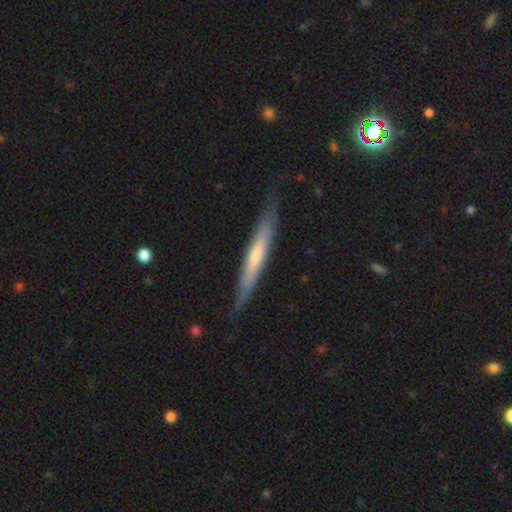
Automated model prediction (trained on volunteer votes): smooth_or_featured: featured or disk (p=0.52) [alt: smooth p=0.43]
disk_edge_on: yes (p=0.90) [alt: no p=0.10]
merging: none (p=0.81) [alt: minor disturbance p=0.15]